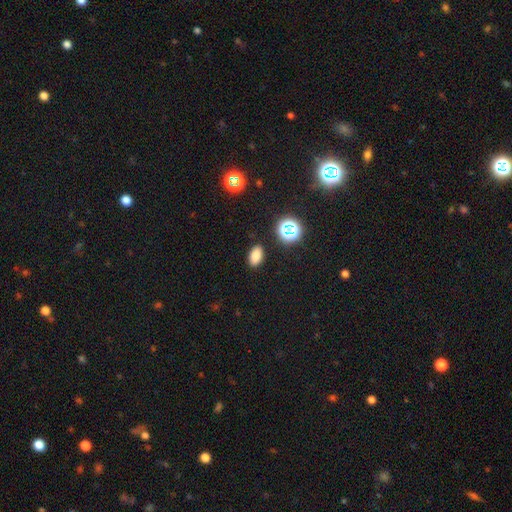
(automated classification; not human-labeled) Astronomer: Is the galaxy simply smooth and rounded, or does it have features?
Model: smooth — 78%.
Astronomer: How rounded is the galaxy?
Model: in between — 89%.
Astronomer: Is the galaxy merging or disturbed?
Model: none — 88%.